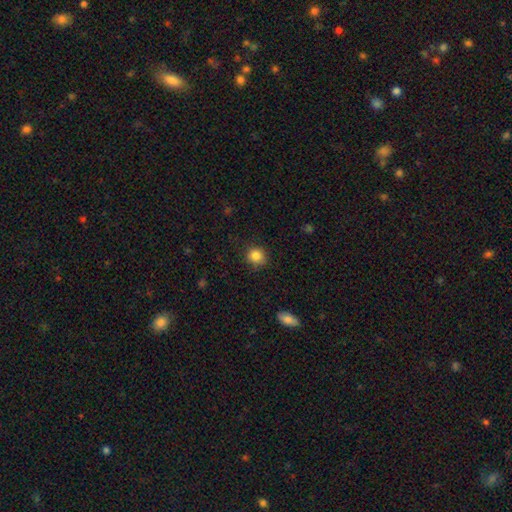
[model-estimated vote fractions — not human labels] smooth-or-featured: smooth: 85% | star or artifact: 10% | featured or disk: 5%
  how-rounded: round: 85% | in between: 14% | cigar-shaped: 1%
  merging: none: 84% | minor disturbance: 12% | major disturbance: 3% | merger: 1%